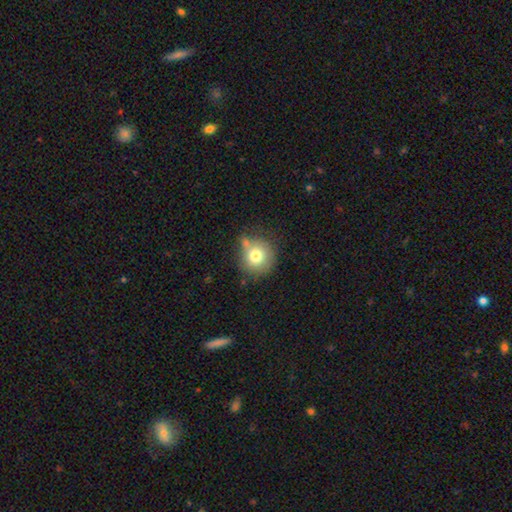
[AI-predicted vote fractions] A smooth galaxy with no disk features (76%) that is round (91%).

Vote fractions:
- Smooth or featured? smooth: 76% / featured or disk: 14% / star or artifact: 10%
- How rounded? round: 91% / in between: 8% / cigar-shaped: 1%
- Merging? none: 62% / minor disturbance: 21% / merger: 11% / major disturbance: 6%